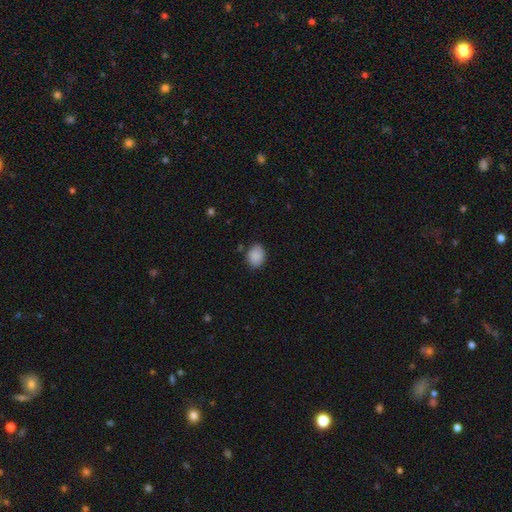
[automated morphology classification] A smooth galaxy with no disk features (89%) that is in between round and cigar-shaped (56%). Merging: none (82%).